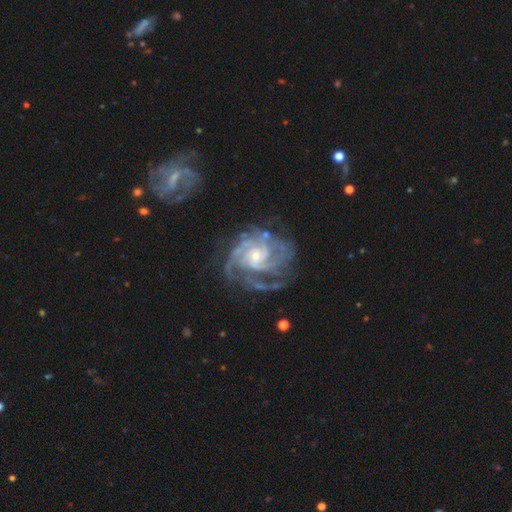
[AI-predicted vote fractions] Smooth or featured: featured or disk — 91% (star or artifact — 5%)
Edge-on disk: no — 98% (yes — 2%)
Bar: no — 58% (weak — 33%)
Spiral arms: yes — 97% (no — 3%)
Spiral winding: tight — 59% (medium — 35%)
Spiral arm count: 3 — 28% (can't tell — 21%)
Bulge size: small — 59% (moderate — 35%)
Merging: none — 63% (minor disturbance — 19%)